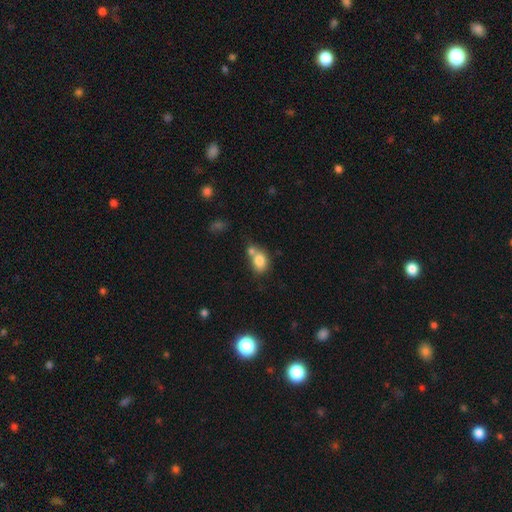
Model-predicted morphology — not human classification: Q: Smooth or featured?
A: smooth (76%); runner-up: star or artifact (14%)
Q: How rounded?
A: in between (54%); runner-up: round (44%)
Q: Merging?
A: none (45%); runner-up: merger (38%)